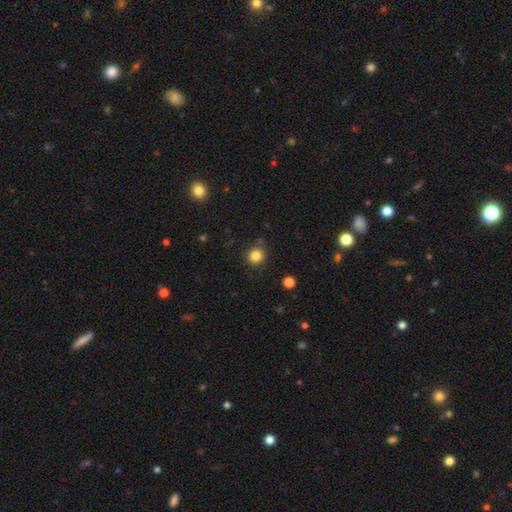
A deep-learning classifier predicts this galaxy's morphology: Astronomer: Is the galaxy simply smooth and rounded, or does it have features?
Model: smooth — 84%.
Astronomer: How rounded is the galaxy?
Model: round — 90%.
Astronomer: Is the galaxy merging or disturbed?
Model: none — 84%.